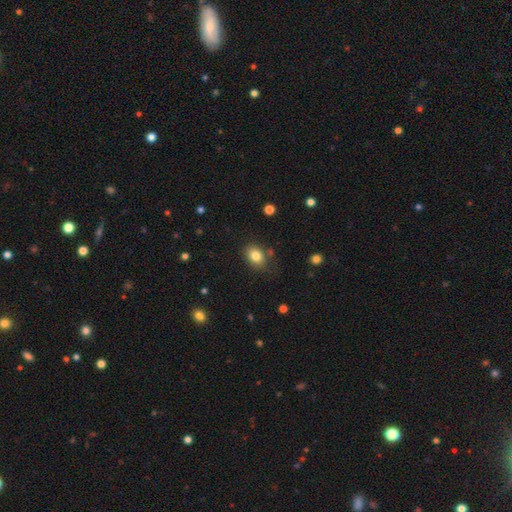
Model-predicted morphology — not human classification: Smooth or featured? smooth (82%)
How rounded? in between (60%)
Merging? none (77%)